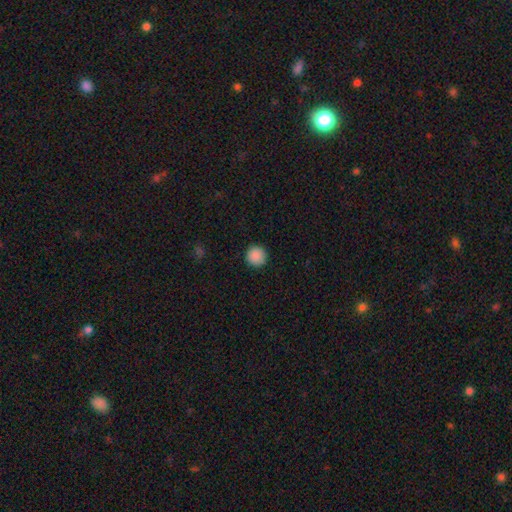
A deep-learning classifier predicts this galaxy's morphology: smooth 90%, star or artifact 8%, featured or disk 2%. Down the decision tree: how rounded — round (96%); merging — none (93%).